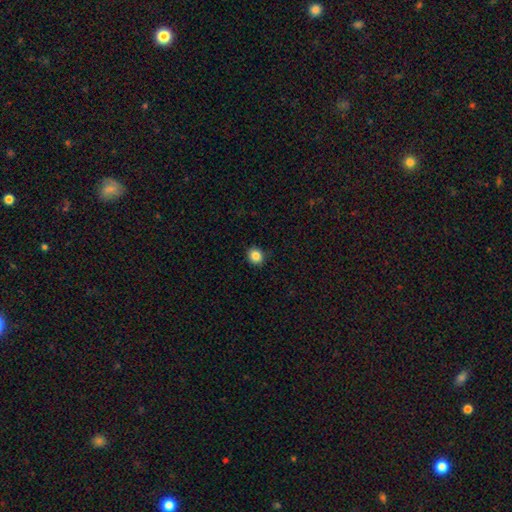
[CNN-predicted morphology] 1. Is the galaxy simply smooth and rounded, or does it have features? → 85% smooth, 10% star or artifact, 5% featured or disk.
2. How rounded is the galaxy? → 76% round, 23% in between, 1% cigar-shaped.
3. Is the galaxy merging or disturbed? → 90% none, 7% minor disturbance, 2% major disturbance, 1% merger.